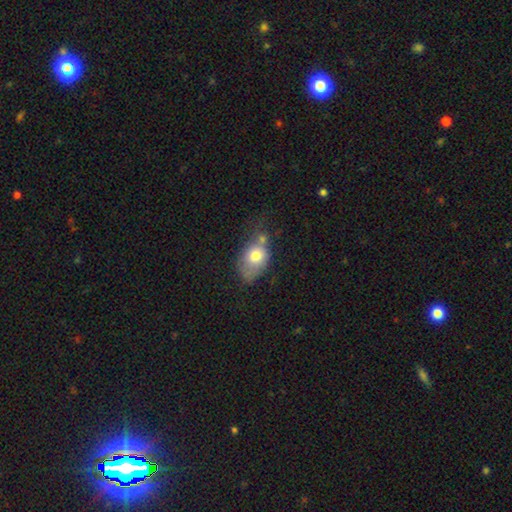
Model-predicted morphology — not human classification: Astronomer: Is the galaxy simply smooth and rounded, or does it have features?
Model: smooth — 74%.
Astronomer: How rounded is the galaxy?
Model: in between — 75%.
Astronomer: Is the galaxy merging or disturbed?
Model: none — 29% (runner-up: minor disturbance, 28%).